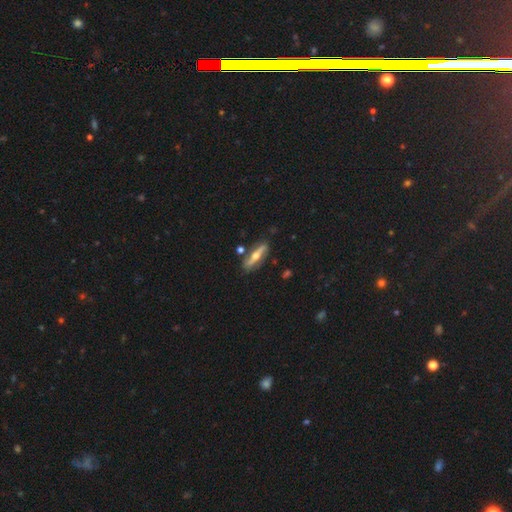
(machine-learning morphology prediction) The model was most divided on "edge-on disk": yes: 66%, no: 34%. More confident: merging — none (79%); smooth or featured — featured or disk (66%).